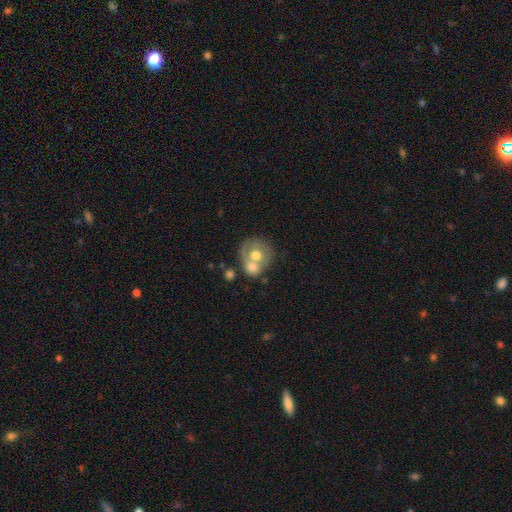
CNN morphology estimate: Smooth or featured: smooth — 55% (featured or disk — 38%)
How rounded: round — 77% (in between — 22%)
Merging: merger — 54% (none — 29%)